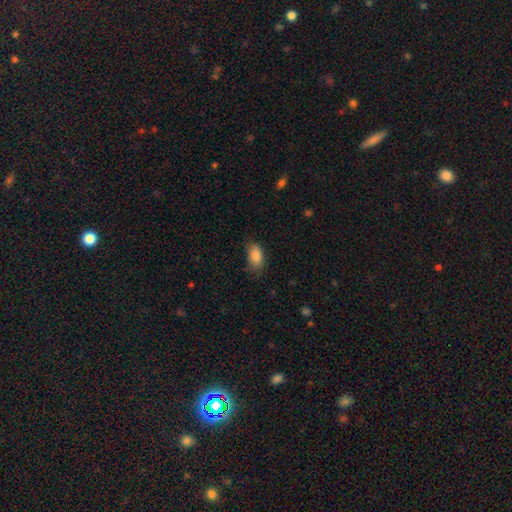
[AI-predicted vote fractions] This appears to be a smooth galaxy with no disk features (87%) that is in between round and cigar-shaped (91%). Merging: none (72%).